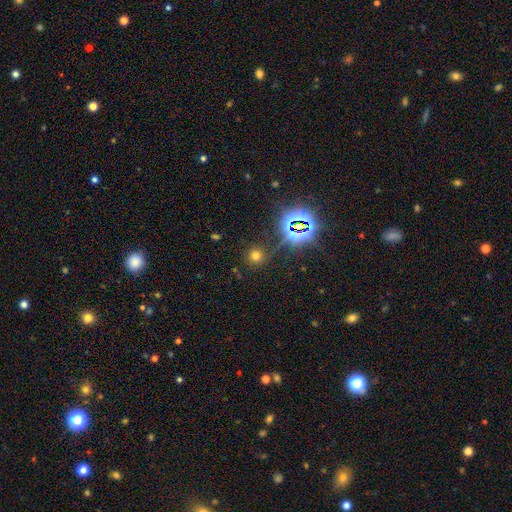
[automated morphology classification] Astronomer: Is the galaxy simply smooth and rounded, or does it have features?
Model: smooth — 59%.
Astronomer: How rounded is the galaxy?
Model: round — 92%.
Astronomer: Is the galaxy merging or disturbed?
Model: none — 81%.